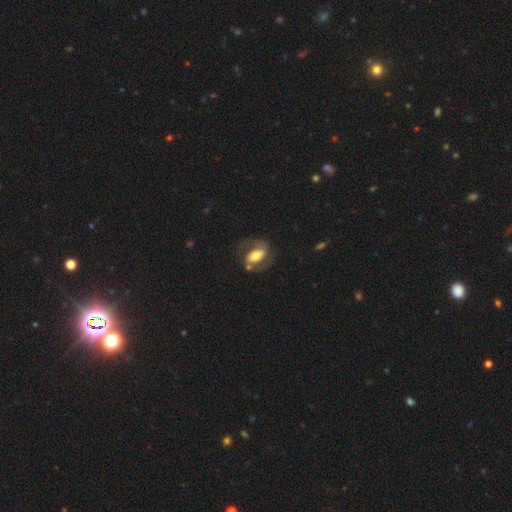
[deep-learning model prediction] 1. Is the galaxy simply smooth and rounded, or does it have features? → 61% featured or disk, 32% smooth, 6% star or artifact.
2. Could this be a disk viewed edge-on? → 93% no, 7% yes.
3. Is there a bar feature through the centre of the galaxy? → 40% strong, 30% weak, 30% no.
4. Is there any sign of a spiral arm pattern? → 75% yes, 25% no.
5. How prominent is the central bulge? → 61% moderate, 21% large, 14% small, 2% dominant, 2% none.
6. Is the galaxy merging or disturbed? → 63% none, 19% minor disturbance, 13% major disturbance, 5% merger.